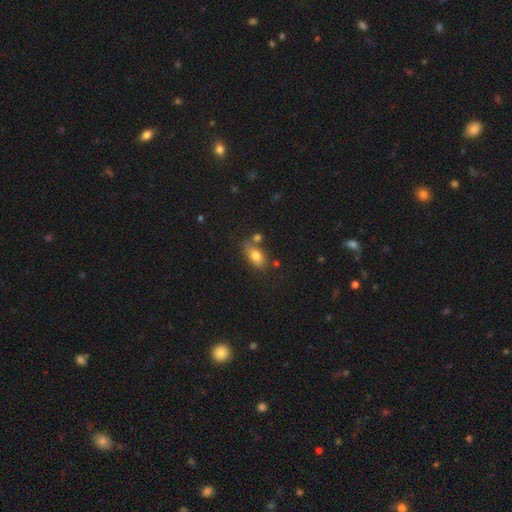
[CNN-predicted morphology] Smooth or featured? Predicted: smooth (p=0.77). How rounded? Predicted: in between (p=0.86). Merging? Predicted: none (p=0.56).